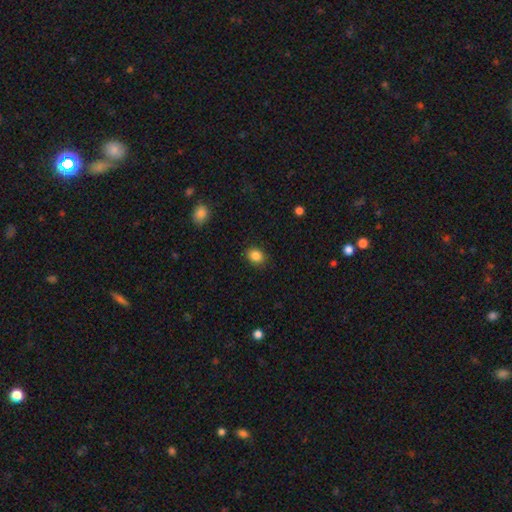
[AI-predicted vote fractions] Smooth or featured? smooth (86%)
How rounded? in between (55%)
Merging? none (88%)